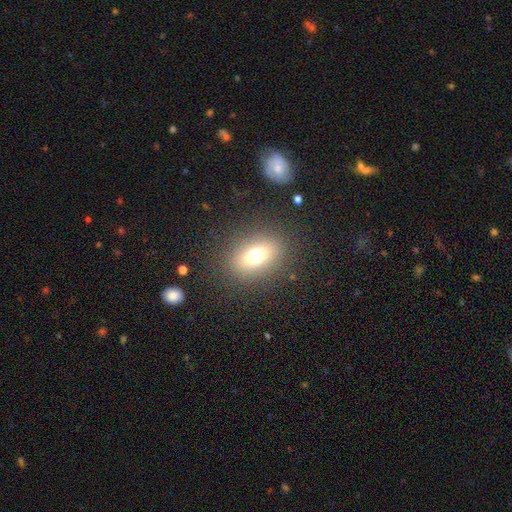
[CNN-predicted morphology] Smooth or featured?
  - smooth: 68% *
  - star or artifact: 17%
  - featured or disk: 15%
How rounded?
  - in between: 59% *
  - round: 39%
  - cigar-shaped: 2%
Merging?
  - none: 85% *
  - minor disturbance: 8%
  - major disturbance: 5%
  - merger: 1%